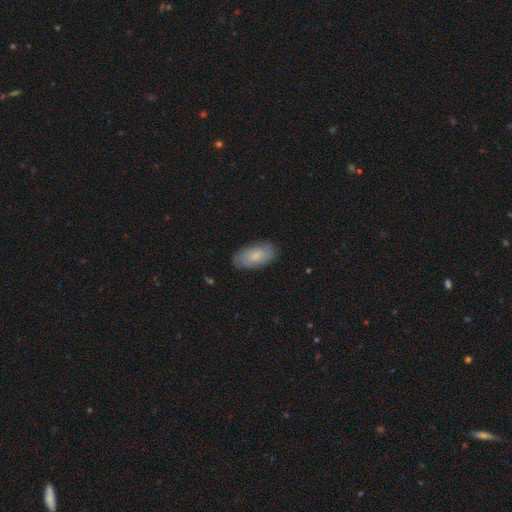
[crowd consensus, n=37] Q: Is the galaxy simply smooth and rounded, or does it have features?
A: smooth — 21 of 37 (57%).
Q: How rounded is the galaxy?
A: in between — 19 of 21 (90%).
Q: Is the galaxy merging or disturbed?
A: none — 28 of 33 (85%).